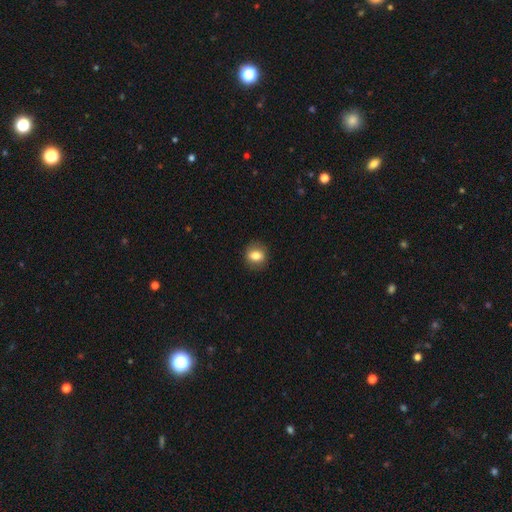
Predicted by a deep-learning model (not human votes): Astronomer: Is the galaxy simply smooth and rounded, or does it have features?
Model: smooth — 78%.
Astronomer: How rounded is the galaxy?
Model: round — 60% (runner-up: in between, 39%).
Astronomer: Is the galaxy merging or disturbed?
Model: none — 86%.